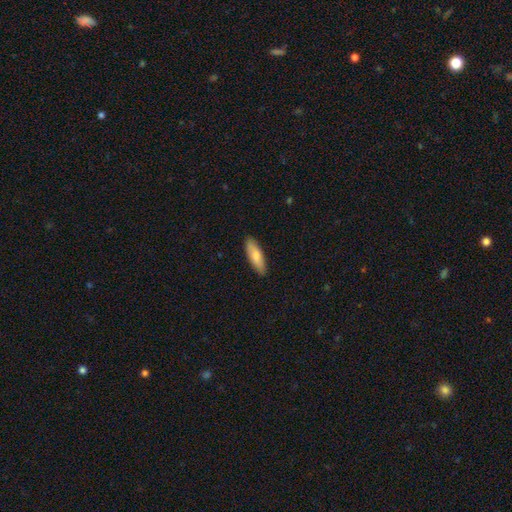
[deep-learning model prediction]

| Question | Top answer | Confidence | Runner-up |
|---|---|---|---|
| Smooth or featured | smooth | 79% | featured or disk (16%) |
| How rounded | in between | 51% | cigar-shaped (47%) |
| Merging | none | 88% | minor disturbance (9%) |